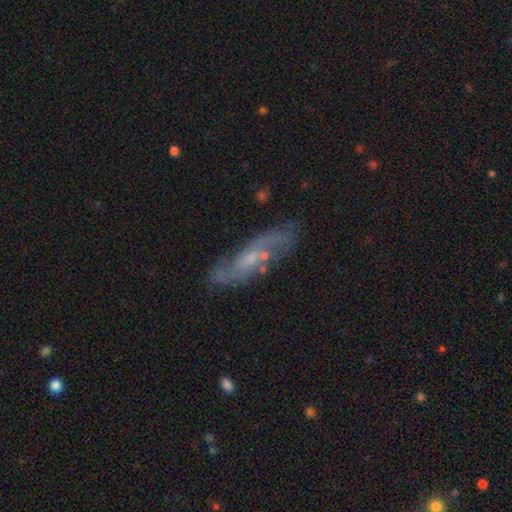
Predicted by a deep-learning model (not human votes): Smooth or featured?
  - featured or disk: 70% *
  - smooth: 18%
  - star or artifact: 12%
Edge-on disk?
  - no: 75% *
  - yes: 25%
Bar?
  - no: 49% *
  - weak: 42%
  - strong: 9%
Spiral arms?
  - yes: 88% *
  - no: 12%
Bulge size?
  - small: 58% *
  - moderate: 28%
  - none: 10%
  - large: 2%
  - dominant: 1%
Merging?
  - none: 79% *
  - minor disturbance: 14%
  - major disturbance: 4%
  - merger: 2%